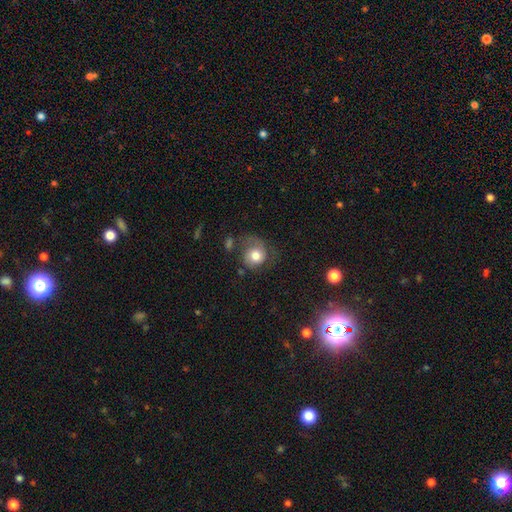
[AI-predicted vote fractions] This is likely a smooth galaxy (68%). How rounded: likely round (76%). Merging: marginally none (40%).